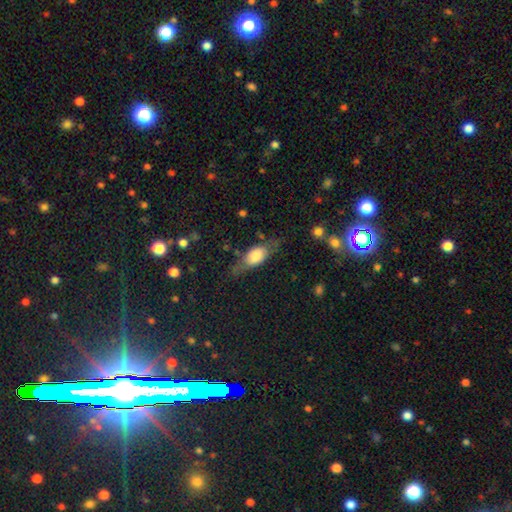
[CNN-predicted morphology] This is likely a smooth galaxy (63%). How rounded: likely in between (75%). Merging: likely none (61%).